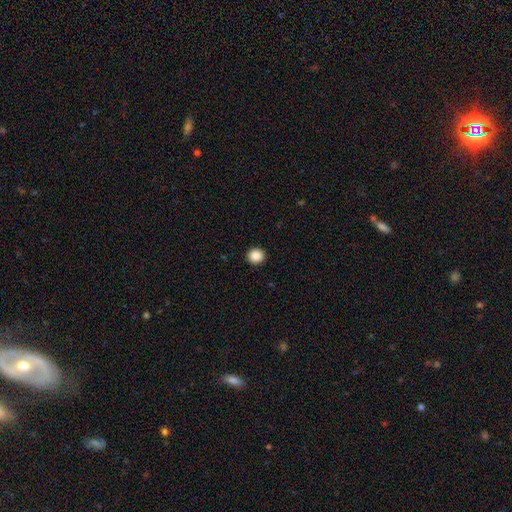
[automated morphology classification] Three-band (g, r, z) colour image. It shows a smooth galaxy with no disk features (88%) that is round (92%). Merging: none (93%).